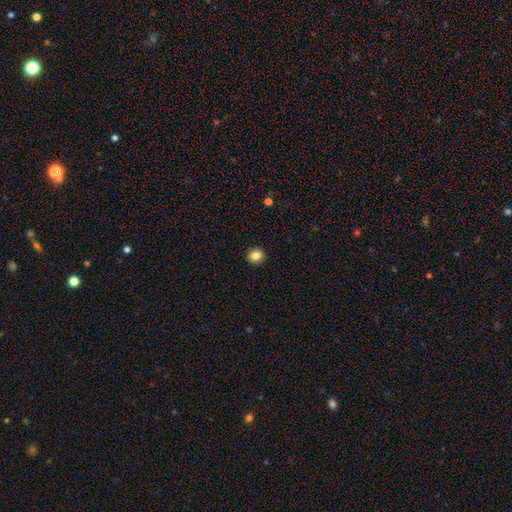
A smooth galaxy with no disk features (79%) that is round (87%).

Vote fractions:
- Smooth or featured? smooth: 79% / featured or disk: 13% / star or artifact: 8%
- How rounded? round: 87% / in between: 13% / cigar-shaped: 0%
- Merging? none: 92% / minor disturbance: 3% / major disturbance: 3% / merger: 3%